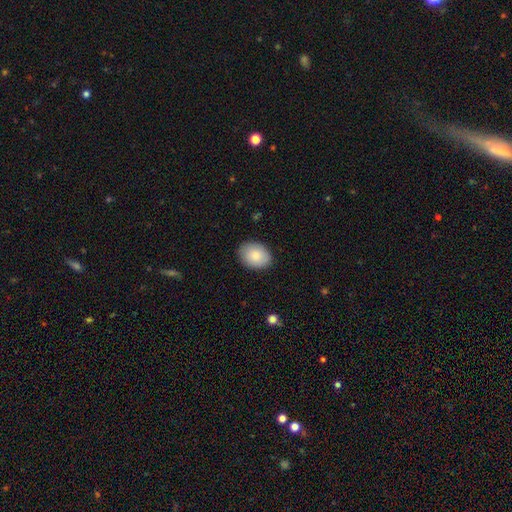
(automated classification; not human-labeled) A smooth galaxy with no disk features (85%) that is in between round and cigar-shaped (71%). Merging: none (87%).